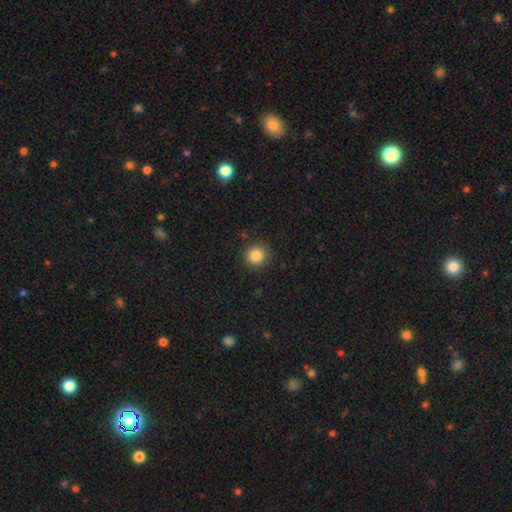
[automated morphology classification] type=smooth (84%); roundness=round (92%); merging=none (89%).